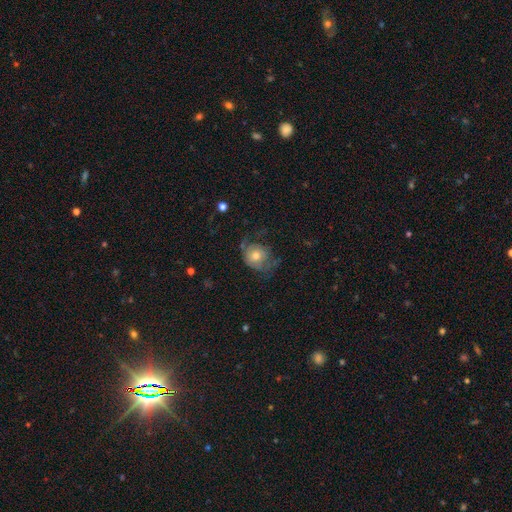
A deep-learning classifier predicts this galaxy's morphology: Smooth or featured?
  - smooth: 48% *
  - featured or disk: 42%
  - star or artifact: 9%
Merging?
  - none: 45% *
  - major disturbance: 26%
  - minor disturbance: 26%
  - merger: 2%